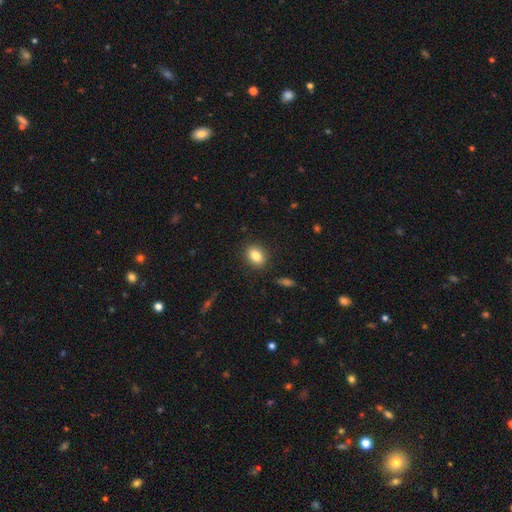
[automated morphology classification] A smooth galaxy with no disk features (83%) that is in between round and cigar-shaped (65%). Merging: none (88%).